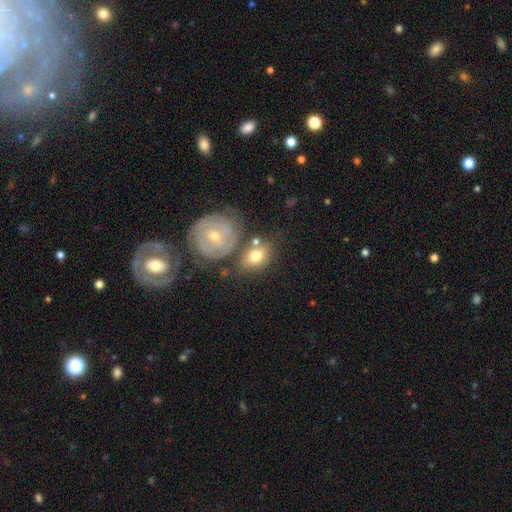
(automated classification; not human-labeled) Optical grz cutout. It shows a smooth galaxy with no disk features (61%) that is in between round and cigar-shaped (60%). Merging: none (53%).